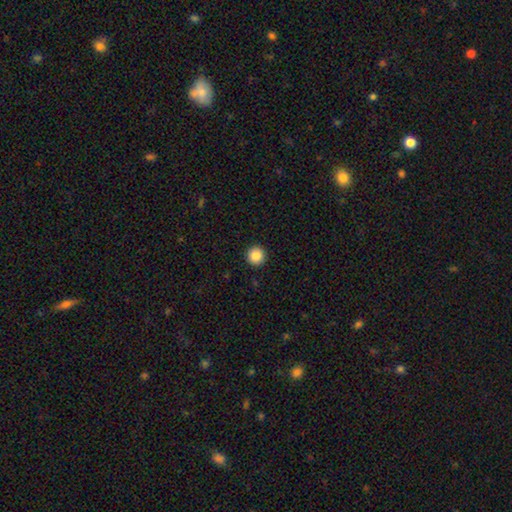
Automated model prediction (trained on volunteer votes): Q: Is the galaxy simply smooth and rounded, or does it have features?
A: smooth — 86%.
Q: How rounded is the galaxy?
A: round — 96%.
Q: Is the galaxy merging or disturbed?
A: none — 94%.